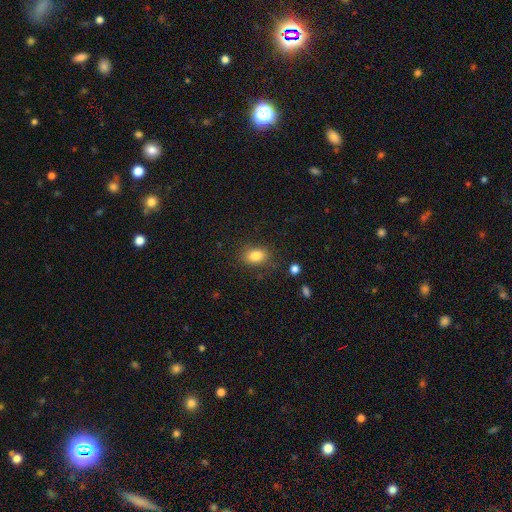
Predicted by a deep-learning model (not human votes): The model was most divided on "how rounded": in between: 76%, round: 23%, cigar-shaped: 1%. More confident: smooth or featured — smooth (84%); merging — none (82%).